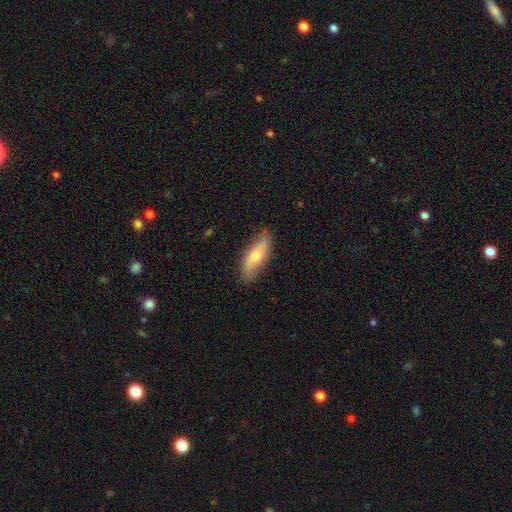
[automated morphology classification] A smooth galaxy with no disk features (55%) that is in between round and cigar-shaped (64%).

Vote fractions:
- Smooth or featured? smooth: 55% / featured or disk: 39% / star or artifact: 6%
- How rounded? in between: 64% / cigar-shaped: 32% / round: 3%
- Merging? none: 80% / minor disturbance: 15% / major disturbance: 3% / merger: 1%